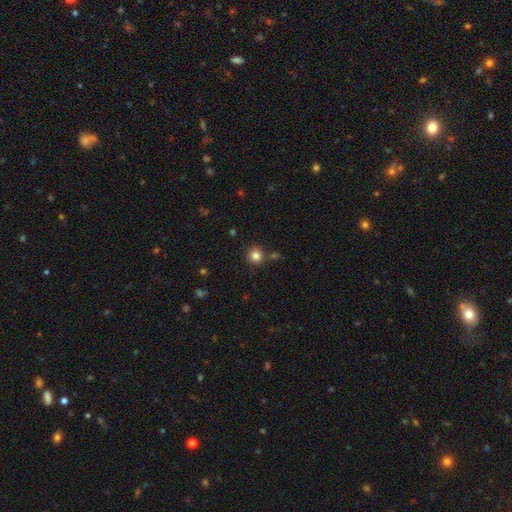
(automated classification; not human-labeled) A smooth galaxy with no disk features (83%) that is round (92%).

Vote fractions:
- Smooth or featured? smooth: 83% / star or artifact: 12% / featured or disk: 5%
- How rounded? round: 92% / in between: 7% / cigar-shaped: 1%
- Merging? none: 84% / minor disturbance: 8% / merger: 6% / major disturbance: 2%